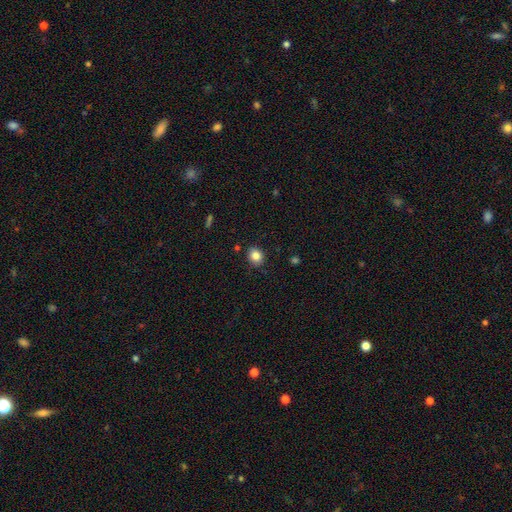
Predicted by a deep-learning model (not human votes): Q: Smooth or featured?
A: smooth (84%); runner-up: star or artifact (10%)
Q: How rounded?
A: round (60%); runner-up: in between (39%)
Q: Merging?
A: none (86%); runner-up: minor disturbance (10%)